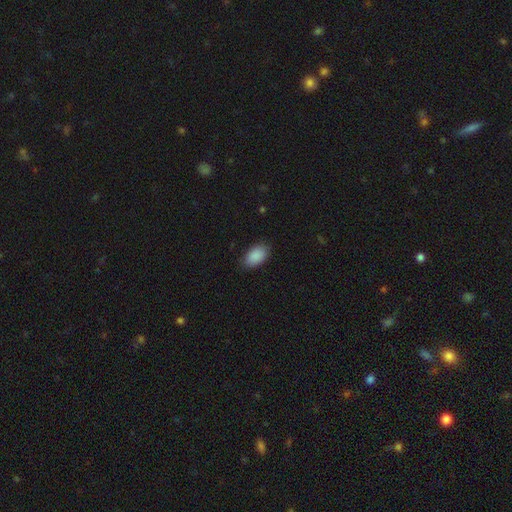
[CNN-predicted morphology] This is clearly a smooth galaxy (90%). How rounded: clearly in between (94%). Merging: clearly none (84%).